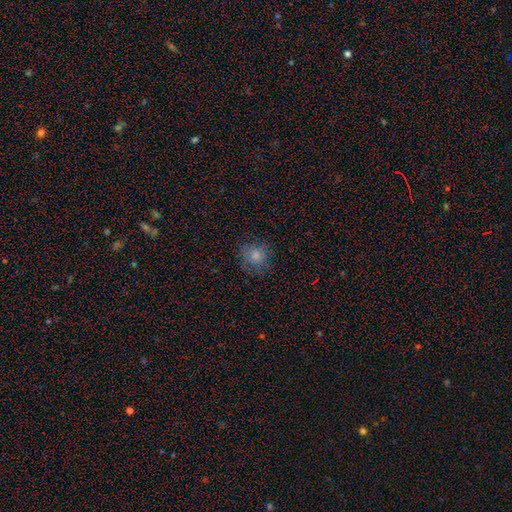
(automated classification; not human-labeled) Overall: smooth (78%). How rounded: round (85%). Merging: none (76%).